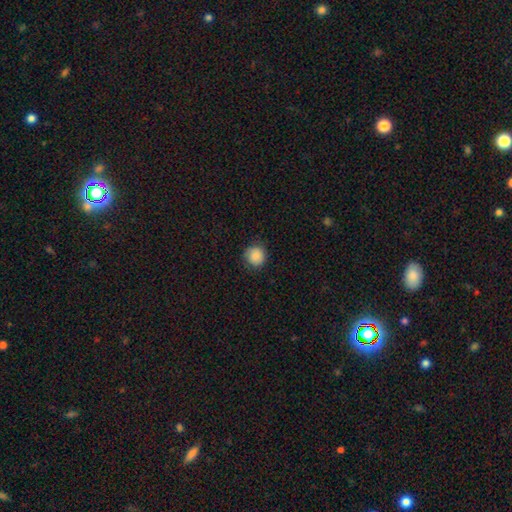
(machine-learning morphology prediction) smooth_or_featured: smooth (p=0.88) [alt: star or artifact p=0.08]
how_rounded: round (p=0.92) [alt: in between p=0.07]
merging: none (p=0.84) [alt: minor disturbance p=0.12]